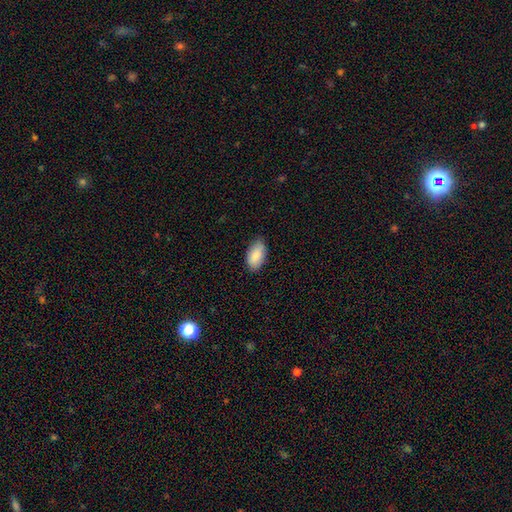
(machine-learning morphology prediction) This appears to be a smooth galaxy with no disk features (86%) that is in between round and cigar-shaped (95%). Merging: none (80%).